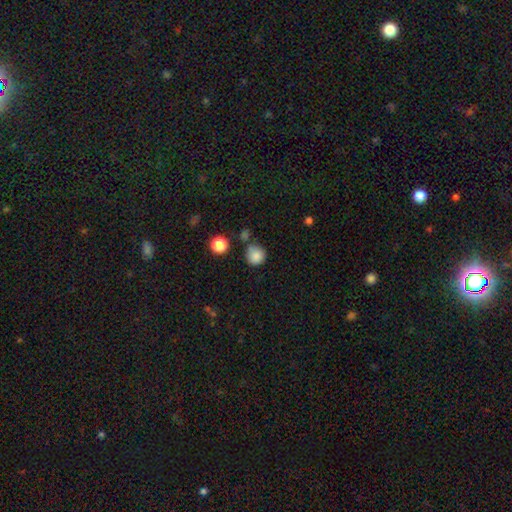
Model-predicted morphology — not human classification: smooth-or-featured: smooth: 84% | star or artifact: 11% | featured or disk: 5%
  how-rounded: round: 90% | in between: 9% | cigar-shaped: 1%
  merging: none: 66% | minor disturbance: 18% | merger: 10% | major disturbance: 5%